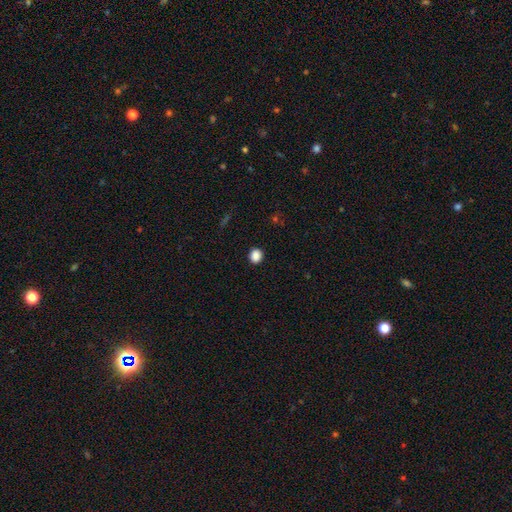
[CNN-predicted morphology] Smooth or featured? smooth (87%)
How rounded? round (76%)
Merging? none (91%)